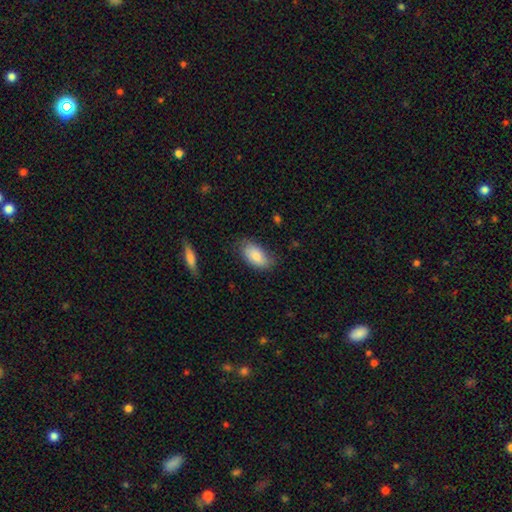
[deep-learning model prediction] smooth 81%, featured or disk 13%, star or artifact 6%. Down the decision tree: how rounded — in between (93%); merging — none (66%).